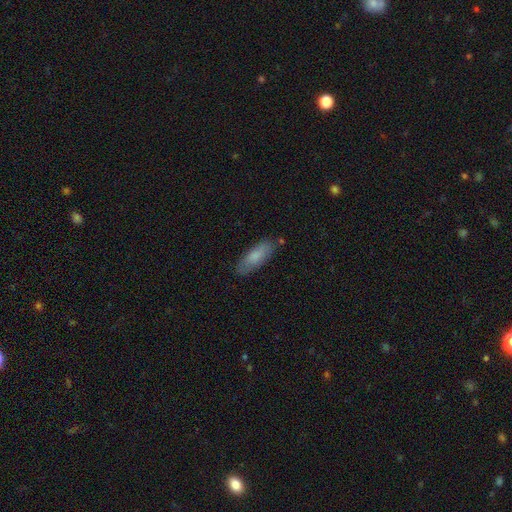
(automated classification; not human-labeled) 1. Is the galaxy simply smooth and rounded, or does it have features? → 79% smooth, 15% featured or disk, 6% star or artifact.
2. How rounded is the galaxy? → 59% in between, 39% cigar-shaped, 2% round.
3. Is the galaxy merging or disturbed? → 80% none, 15% minor disturbance, 3% major disturbance, 3% merger.